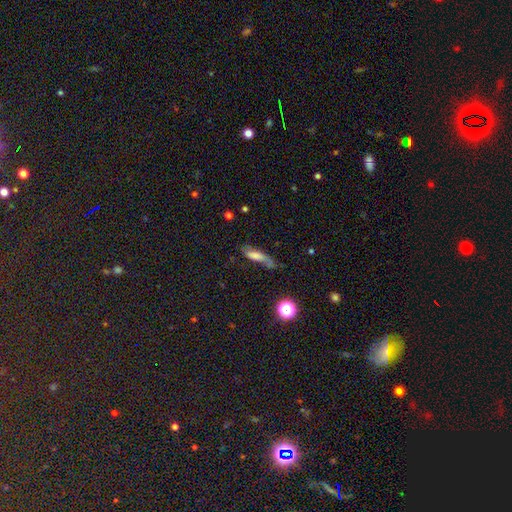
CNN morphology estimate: smooth_or_featured: smooth (p=0.60) [alt: featured or disk p=0.28]
how_rounded: cigar-shaped (p=0.55) [alt: in between p=0.40]
merging: none (p=0.44) [alt: minor disturbance p=0.29]